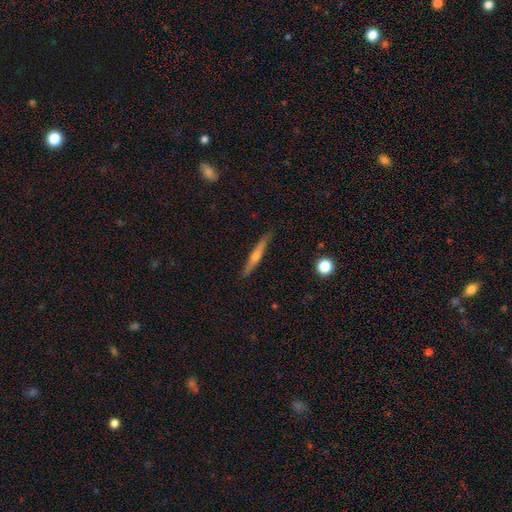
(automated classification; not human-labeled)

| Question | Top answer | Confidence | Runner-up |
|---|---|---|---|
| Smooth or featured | featured or disk | 56% | smooth (38%) |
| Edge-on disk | yes | 96% | no (4%) |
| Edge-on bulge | rounded | 73% | none (22%) |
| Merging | none | 86% | minor disturbance (10%) |